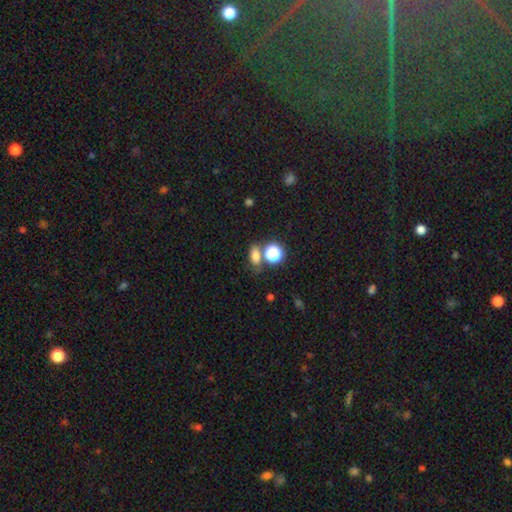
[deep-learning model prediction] This is likely a smooth galaxy (71%). How rounded: likely in between (68%). Merging: likely none (65%).